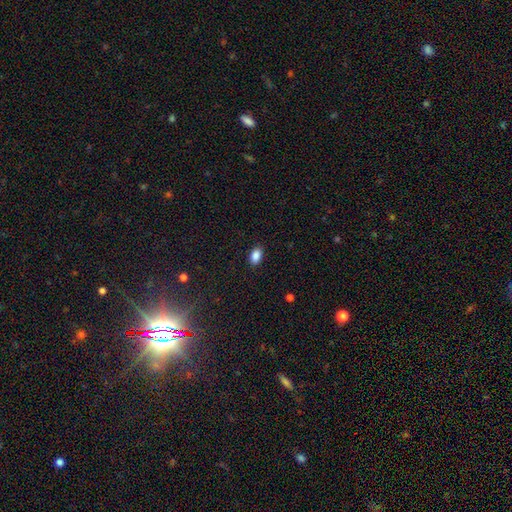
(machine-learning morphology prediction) Smooth or featured? Predicted: smooth (p=0.88). How rounded? Predicted: in between (p=0.89). Merging? Predicted: none (p=0.89).